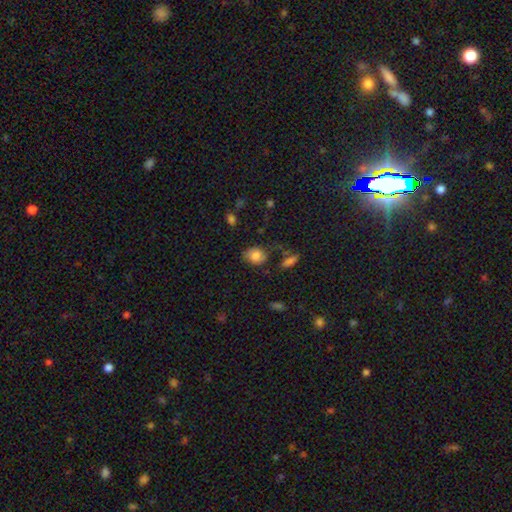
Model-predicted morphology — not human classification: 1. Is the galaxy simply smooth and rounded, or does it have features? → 77% smooth, 14% featured or disk, 9% star or artifact.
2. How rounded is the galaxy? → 61% in between, 38% round, 1% cigar-shaped.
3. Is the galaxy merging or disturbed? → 62% none, 25% minor disturbance, 9% major disturbance, 4% merger.